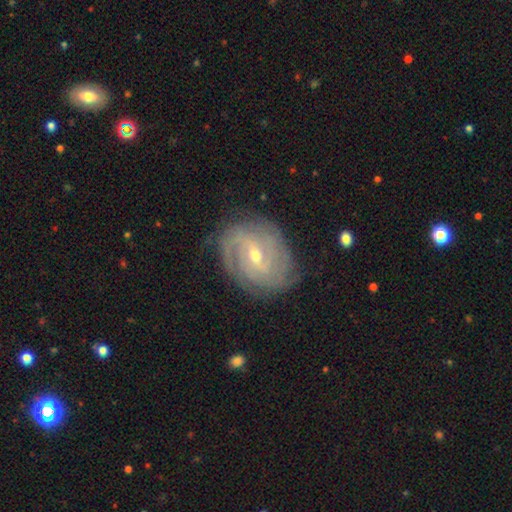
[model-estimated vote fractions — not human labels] A featured or disk galaxy (87%) with a weak bar (52%), tight (71%) spiral arms (97%) and a small central bulge (52%). Merging: none (80%).